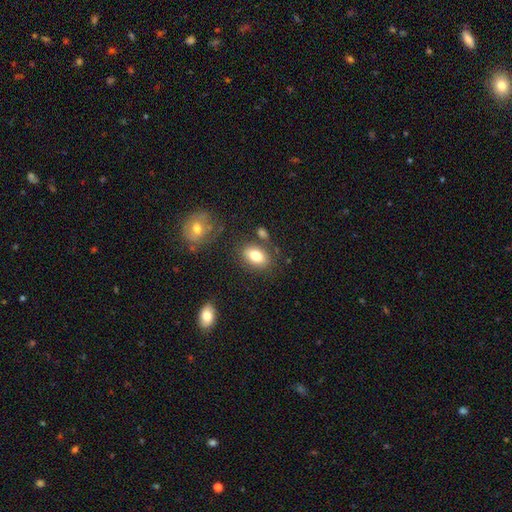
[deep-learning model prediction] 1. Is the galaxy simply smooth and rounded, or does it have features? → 80% smooth, 12% featured or disk, 8% star or artifact.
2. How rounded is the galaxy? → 85% in between, 13% round, 2% cigar-shaped.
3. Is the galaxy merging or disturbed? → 75% none, 13% minor disturbance, 8% merger, 4% major disturbance.